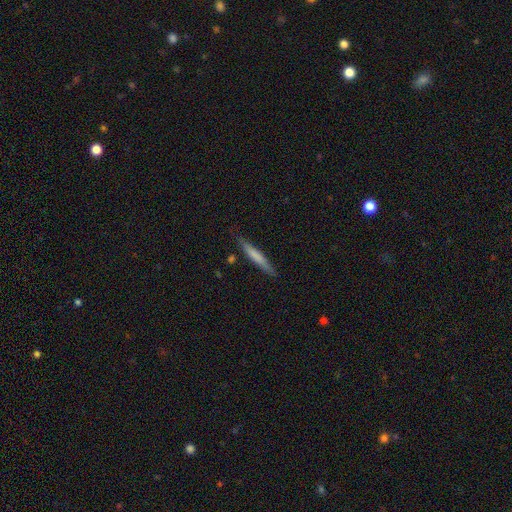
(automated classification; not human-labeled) Smooth or featured? smooth (64%)
How rounded? cigar-shaped (95%)
Merging? none (85%)